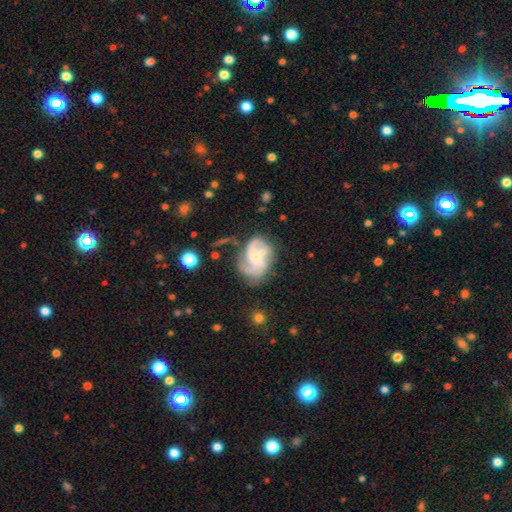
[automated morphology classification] A featured or disk galaxy (83%) with no bar (61%), 2 (41%) medium (51%) spiral arms (95%) and a small central bulge (55%). Merging: none (55%).